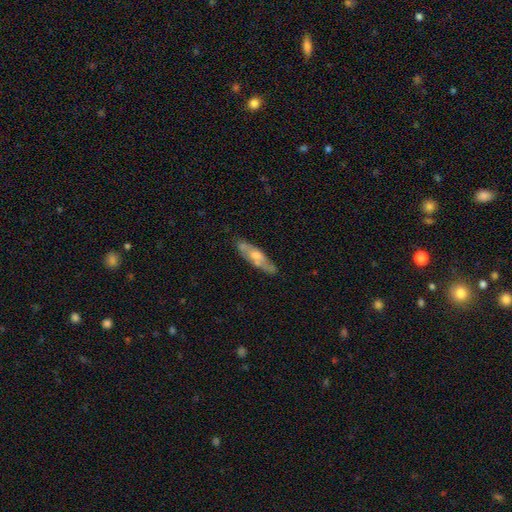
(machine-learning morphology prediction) A featured or disk galaxy (56%). Merging: none (77%).